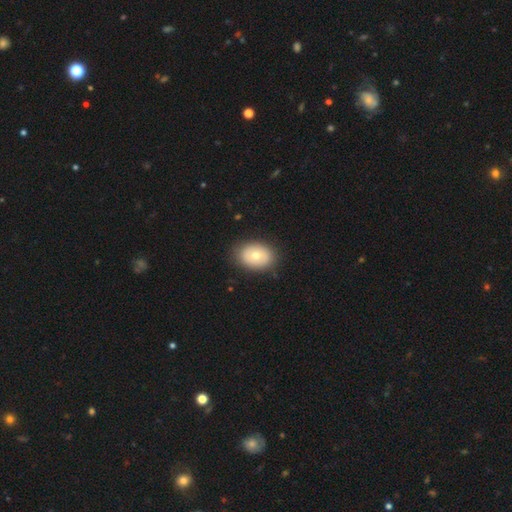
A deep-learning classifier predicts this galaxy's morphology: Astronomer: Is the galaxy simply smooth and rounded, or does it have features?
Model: smooth — 67%.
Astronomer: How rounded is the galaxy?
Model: in between — 71%.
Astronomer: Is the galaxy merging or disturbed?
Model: none — 85%.